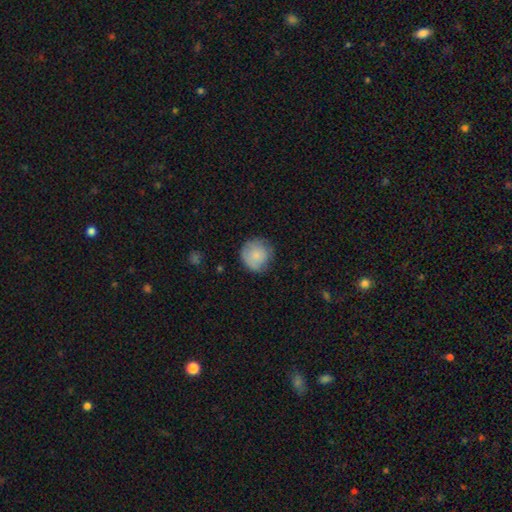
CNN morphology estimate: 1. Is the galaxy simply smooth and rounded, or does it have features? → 79% smooth, 14% featured or disk, 7% star or artifact.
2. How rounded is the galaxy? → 92% round, 7% in between, 1% cigar-shaped.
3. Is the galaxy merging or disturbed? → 74% none, 20% minor disturbance, 5% major disturbance, 1% merger.